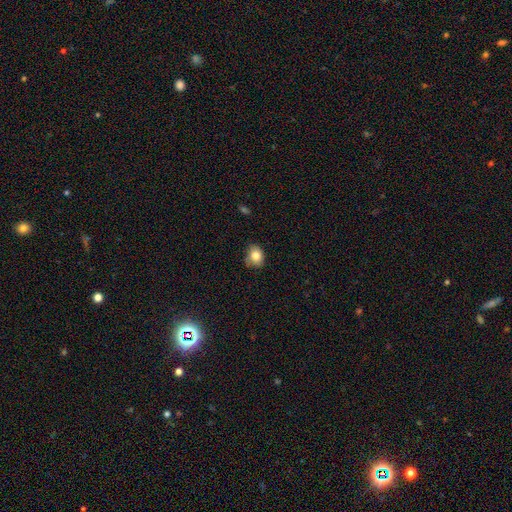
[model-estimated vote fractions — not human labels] Overall: smooth (81%). How rounded: round (51%; in between 48%). Merging: none (72%).